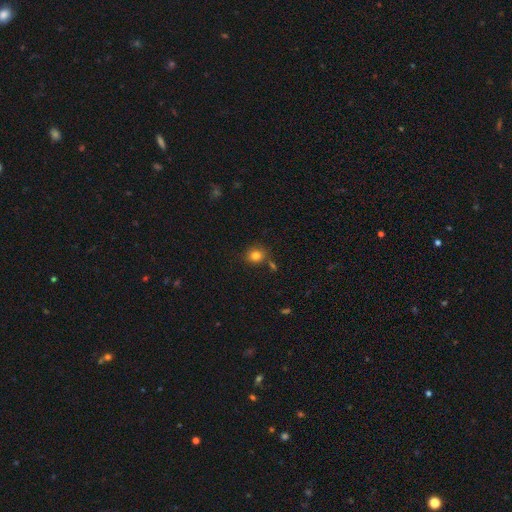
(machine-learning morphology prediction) This appears to be a smooth galaxy with no disk features (81%) that is round (72%). Merging: none (77%).